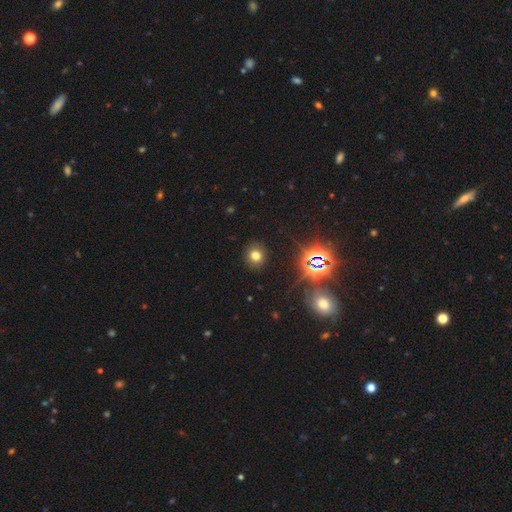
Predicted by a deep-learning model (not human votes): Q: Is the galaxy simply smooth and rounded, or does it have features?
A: smooth — 70%.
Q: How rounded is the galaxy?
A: round — 81%.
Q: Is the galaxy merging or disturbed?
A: none — 89%.